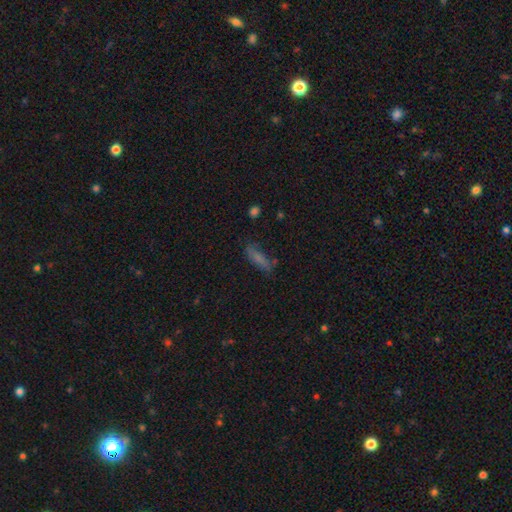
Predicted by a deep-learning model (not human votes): The model was most divided on "how rounded": cigar-shaped: 65%, in between: 32%, round: 3%. More confident: merging — none (72%); smooth or featured — smooth (61%).